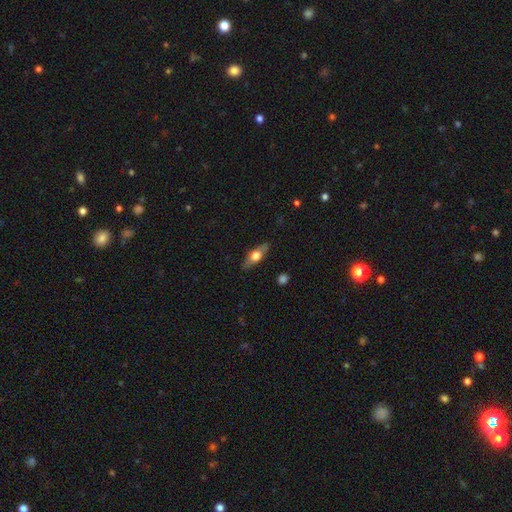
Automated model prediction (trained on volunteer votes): This is possibly a featured or disk galaxy (48%). Merging: clearly none (85%).